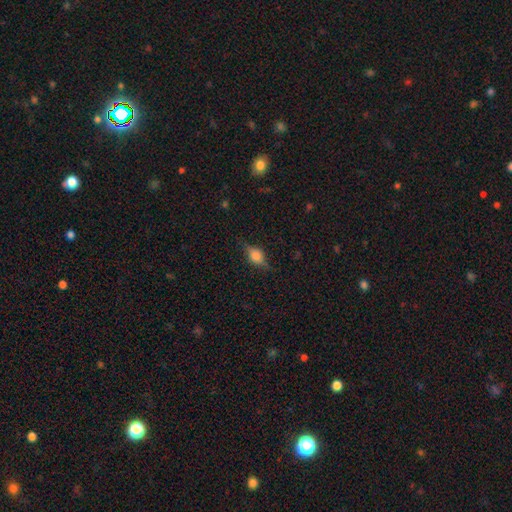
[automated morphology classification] This is possibly a smooth galaxy (53%). How rounded: likely in between (65%). Merging: likely none (75%).